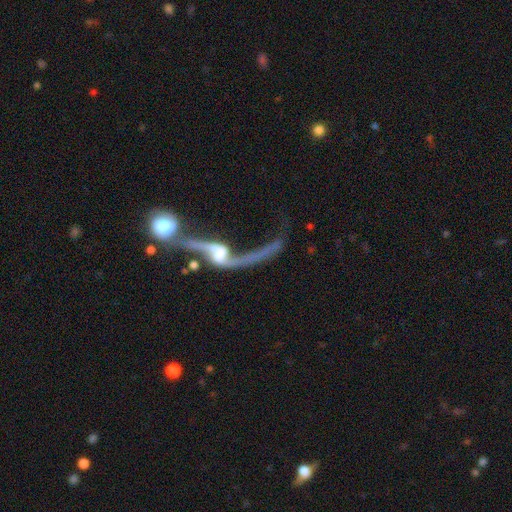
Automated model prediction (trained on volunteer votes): Smooth or featured? featured or disk (84%)
Edge-on disk? no (78%)
Bar? no (53%)
Spiral arms? yes (87%)
Spiral winding? loose (93%)
Spiral arm count? 2 (84%)
Bulge size? moderate (43%)
Merging? merger (34%)